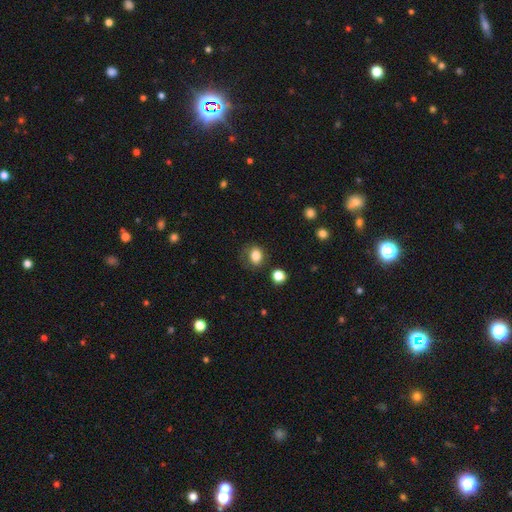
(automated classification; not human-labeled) smooth-or-featured: smooth: 83% | star or artifact: 11% | featured or disk: 7%
  how-rounded: round: 54% | in between: 46% | cigar-shaped: 1%
  merging: none: 69% | minor disturbance: 20% | major disturbance: 8% | merger: 3%